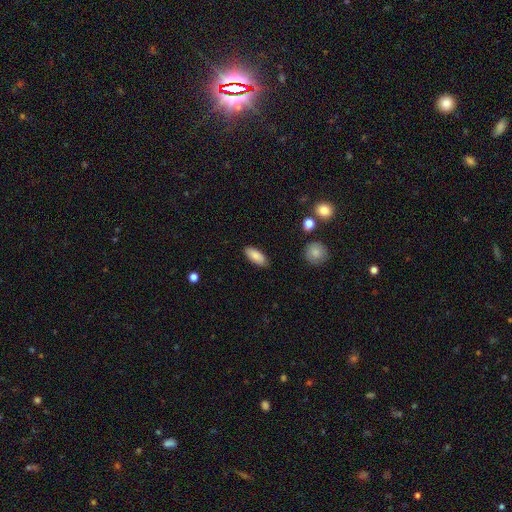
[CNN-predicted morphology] smooth_or_featured: smooth (p=0.86) [alt: featured or disk p=0.07]
how_rounded: in between (p=0.84) [alt: cigar-shaped p=0.14]
merging: none (p=0.88) [alt: minor disturbance p=0.09]